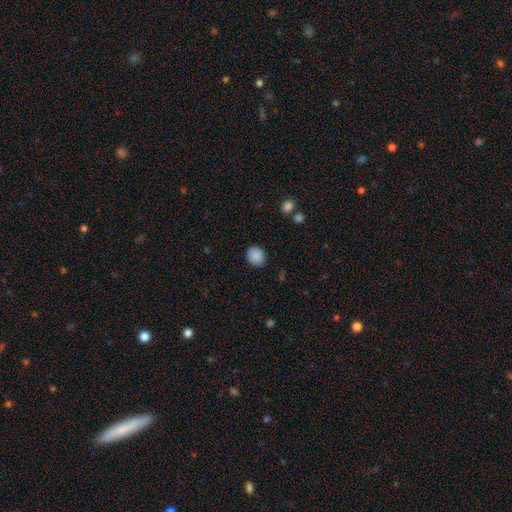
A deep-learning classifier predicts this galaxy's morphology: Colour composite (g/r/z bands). It shows a smooth galaxy with no disk features (88%) that is round (59%). Merging: none (86%).